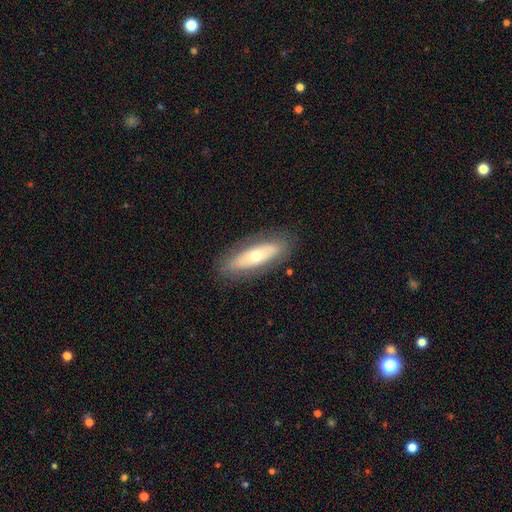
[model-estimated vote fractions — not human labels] Overall: smooth (48%; featured or disk 45%). Merging: none (84%).